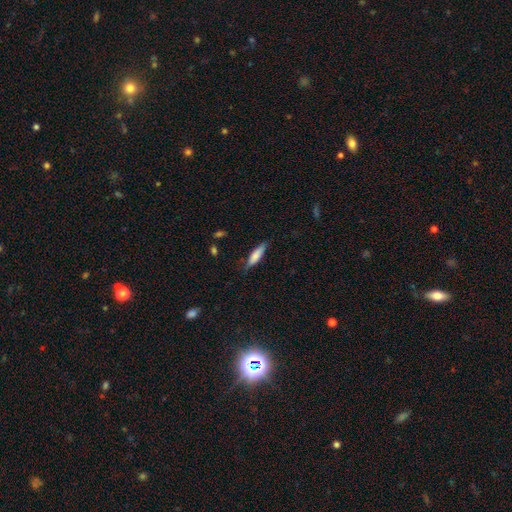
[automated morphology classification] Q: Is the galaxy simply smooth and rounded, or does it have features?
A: smooth — 78%.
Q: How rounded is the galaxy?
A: cigar-shaped — 65%.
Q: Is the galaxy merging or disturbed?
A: none — 74%.